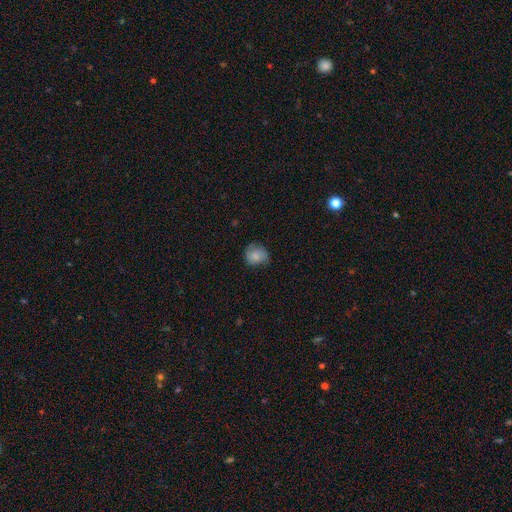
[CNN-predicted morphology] Smooth or featured? Predicted: smooth (p=0.72). How rounded? Predicted: round (p=0.74). Merging? Predicted: none (p=0.64).